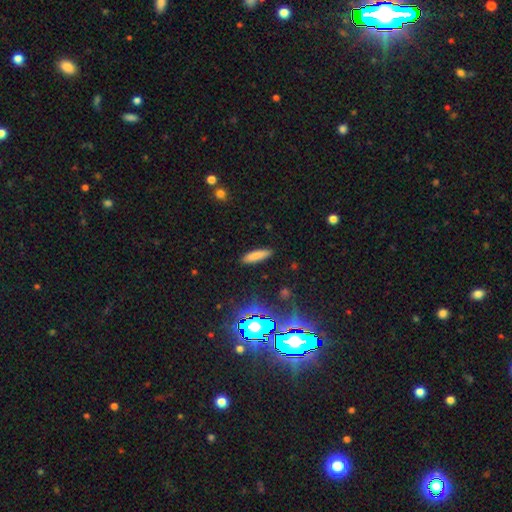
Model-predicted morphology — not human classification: smooth 80%, star or artifact 12%, featured or disk 9%. Down the decision tree: how rounded — cigar-shaped (68%); merging — none (89%).